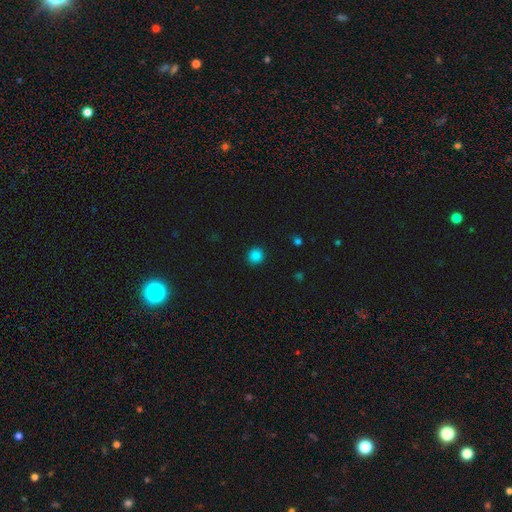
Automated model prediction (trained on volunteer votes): smooth-or-featured: smooth: 84% | star or artifact: 12% | featured or disk: 4%
  how-rounded: round: 90% | in between: 9% | cigar-shaped: 1%
  merging: none: 91% | minor disturbance: 6% | major disturbance: 2% | merger: 1%